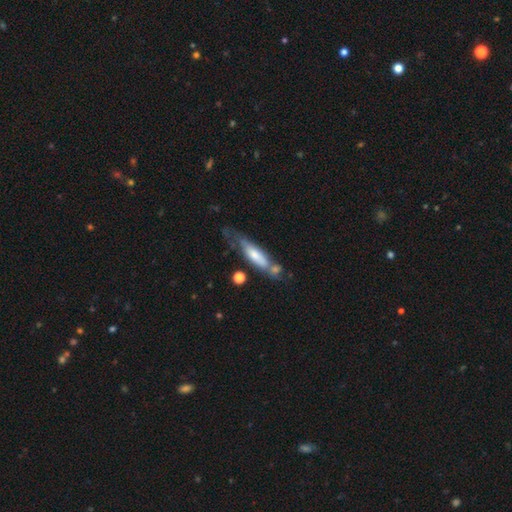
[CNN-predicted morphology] A smooth galaxy with no disk features (58%) that is cigar-shaped (65%).

Vote fractions:
- Smooth or featured? smooth: 58% / featured or disk: 36% / star or artifact: 6%
- How rounded? cigar-shaped: 65% / in between: 33% / round: 2%
- Merging? none: 35% / merger: 26% / minor disturbance: 24% / major disturbance: 16%